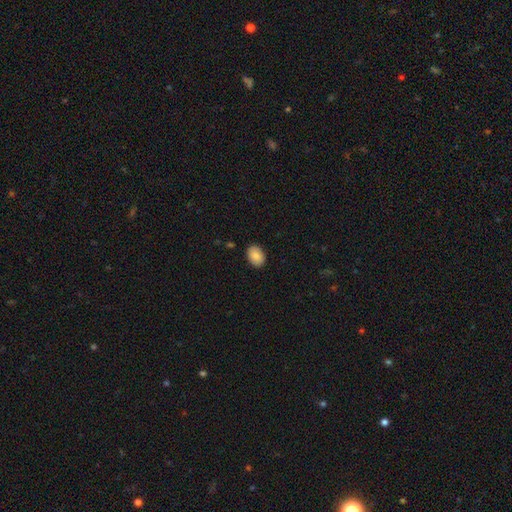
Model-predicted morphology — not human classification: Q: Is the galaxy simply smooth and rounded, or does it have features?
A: smooth — 88%.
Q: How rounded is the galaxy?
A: in between — 80%.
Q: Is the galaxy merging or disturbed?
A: none — 89%.